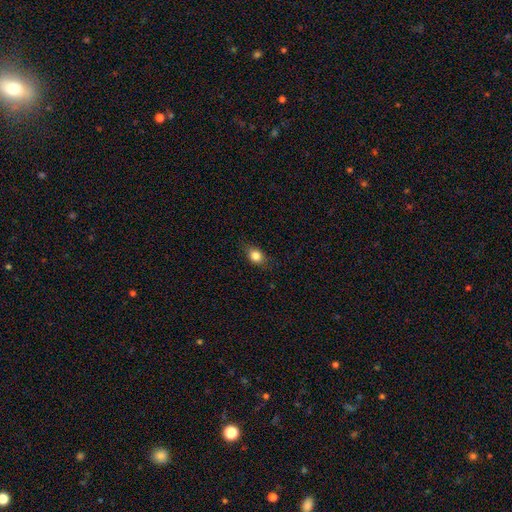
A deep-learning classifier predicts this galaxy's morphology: smooth 82%, star or artifact 10%, featured or disk 9%. Down the decision tree: how rounded — in between (59%); merging — none (79%).